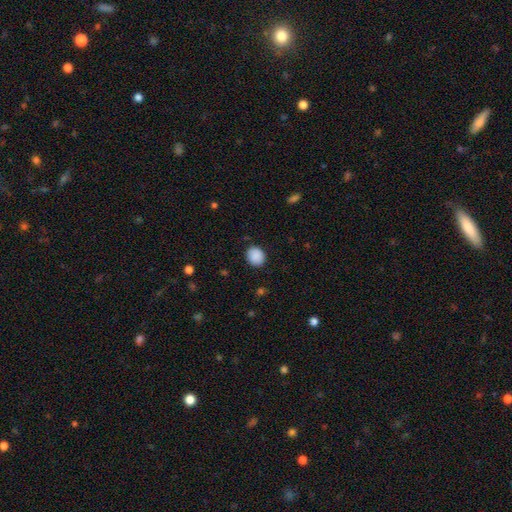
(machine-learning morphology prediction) smooth 89%, star or artifact 8%, featured or disk 3%. Down the decision tree: how rounded — round (68%); merging — none (85%).